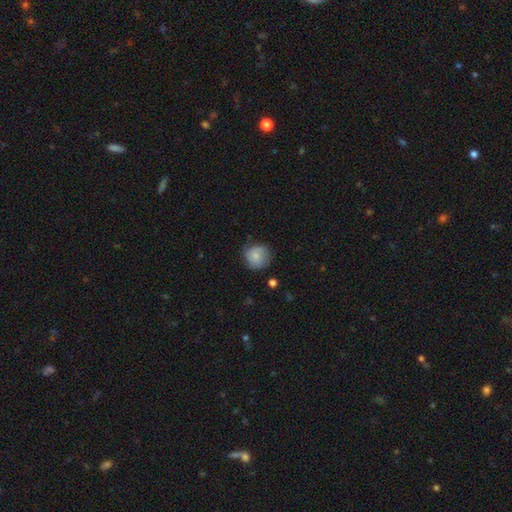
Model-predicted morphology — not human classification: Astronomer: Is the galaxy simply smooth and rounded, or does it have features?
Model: smooth — 74%.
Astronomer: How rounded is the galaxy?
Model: round — 88%.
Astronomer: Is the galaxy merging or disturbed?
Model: none — 66%.